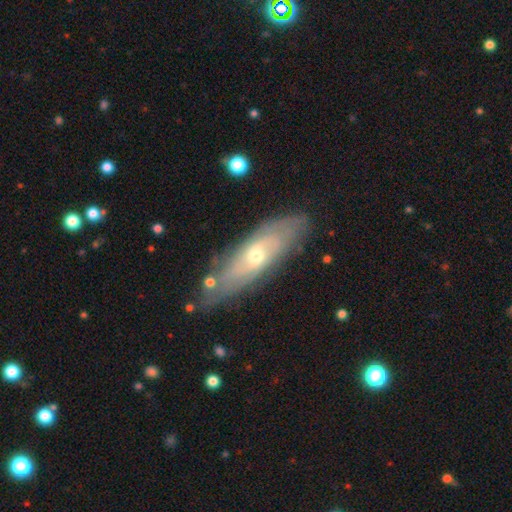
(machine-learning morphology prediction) Overall: featured or disk (65%; smooth 28%). Edge-on disk: no (69%; yes 31%). Merging: none (76%).